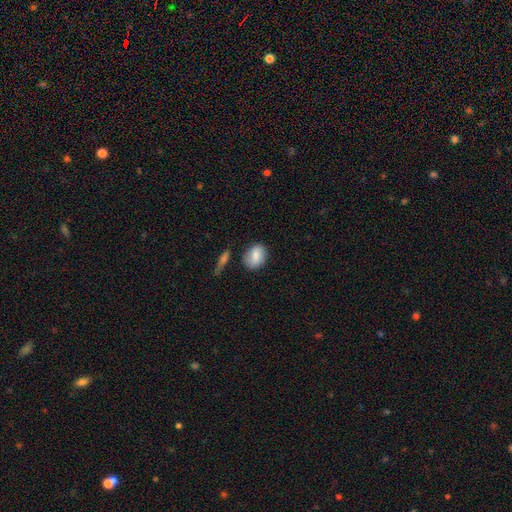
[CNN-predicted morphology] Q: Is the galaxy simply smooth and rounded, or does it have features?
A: smooth — 81%.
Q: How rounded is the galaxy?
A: in between — 66%.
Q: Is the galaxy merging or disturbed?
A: none — 74%.